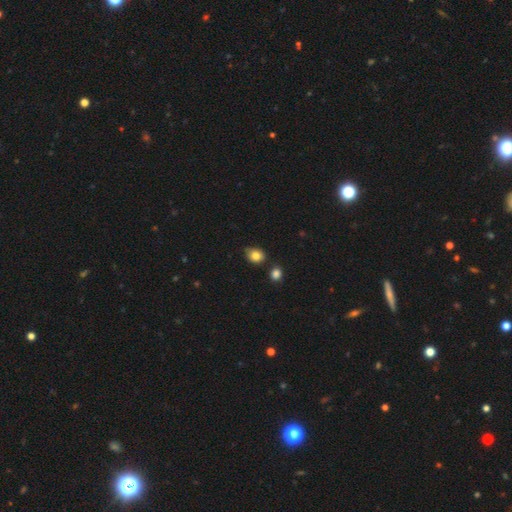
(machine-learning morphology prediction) Q: Smooth or featured?
A: smooth (83%); runner-up: star or artifact (10%)
Q: How rounded?
A: round (57%); runner-up: in between (42%)
Q: Merging?
A: none (70%); runner-up: minor disturbance (20%)